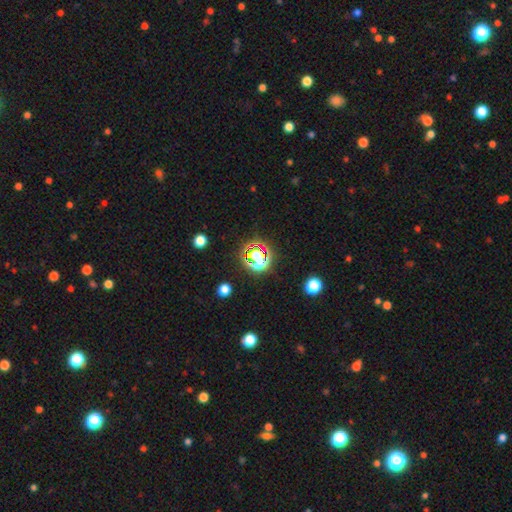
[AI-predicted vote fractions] smooth-or-featured: star or artifact: 51% | smooth: 38% | featured or disk: 11%